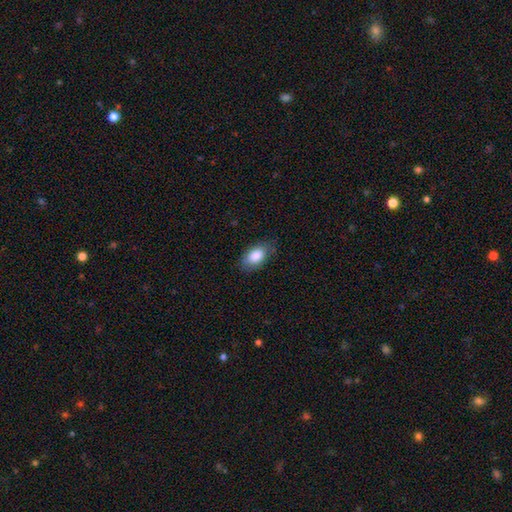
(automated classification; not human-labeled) Morphology: type=smooth (84%); roundness=in between (92%); merging=none (79%).